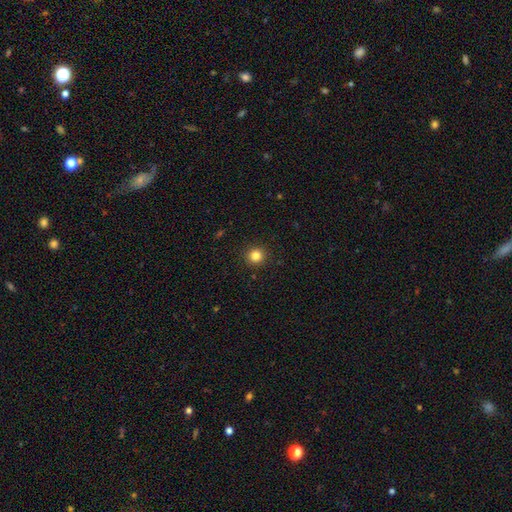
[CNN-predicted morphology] A smooth galaxy with no disk features (83%) that is round (94%). Merging: none (92%).